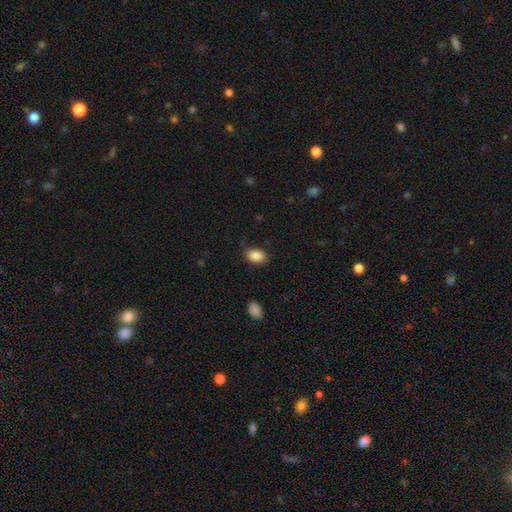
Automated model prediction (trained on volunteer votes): A smooth galaxy with no disk features (87%) that is in between round and cigar-shaped (84%). Merging: none (84%).